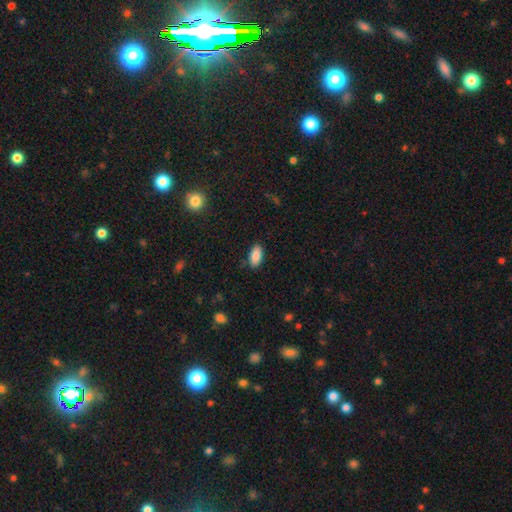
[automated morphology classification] Q: Smooth or featured?
A: smooth (87%); runner-up: star or artifact (7%)
Q: How rounded?
A: in between (92%); runner-up: cigar-shaped (6%)
Q: Merging?
A: none (84%); runner-up: minor disturbance (12%)